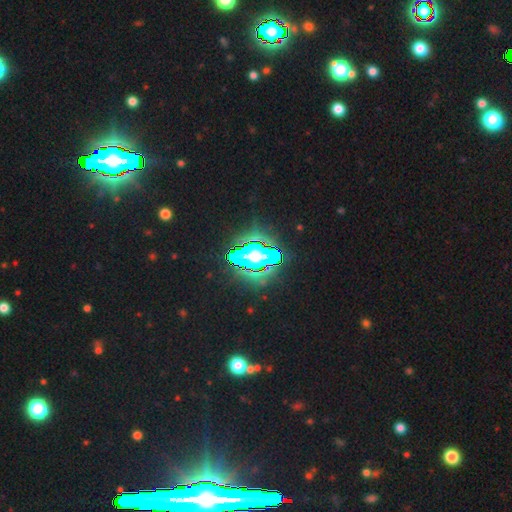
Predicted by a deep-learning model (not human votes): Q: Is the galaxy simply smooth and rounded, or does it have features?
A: star or artifact — 72%.